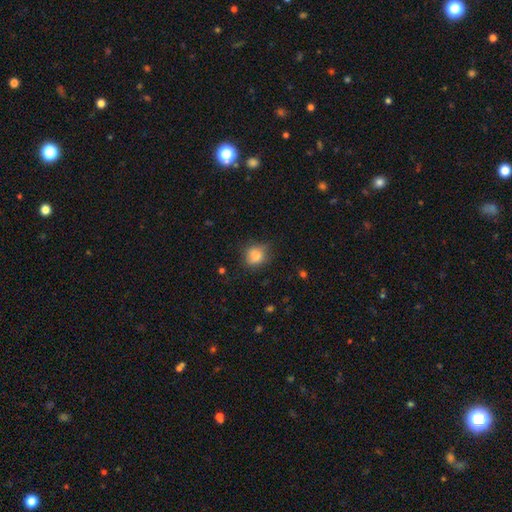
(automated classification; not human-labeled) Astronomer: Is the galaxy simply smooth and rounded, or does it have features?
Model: smooth — 80%.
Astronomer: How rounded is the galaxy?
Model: round — 73%.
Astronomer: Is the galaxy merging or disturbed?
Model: none — 65%.